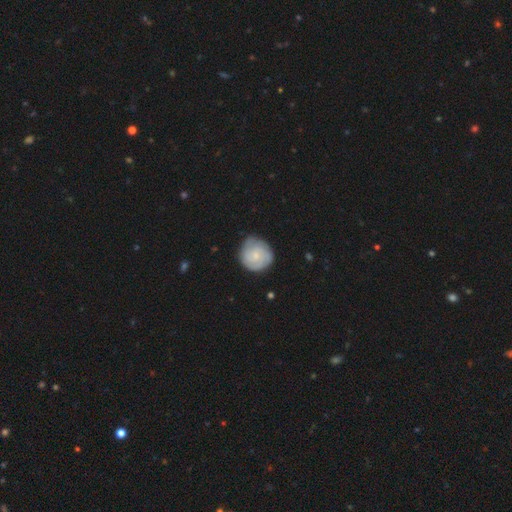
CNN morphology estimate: type=featured or disk (55%); edge-on=no (98%); bar=no (76%); spiral arms=yes (89%); bulge=small (68%); merging=none (75%).